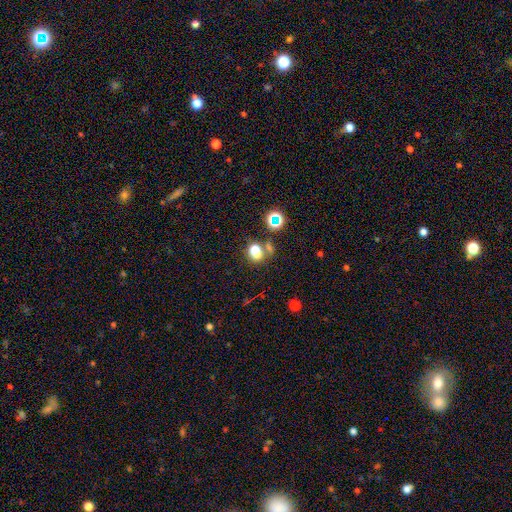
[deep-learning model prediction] Smooth or featured: smooth — 71% (star or artifact — 19%)
How rounded: in between — 58% (round — 40%)
Merging: none — 56% (merger — 25%)